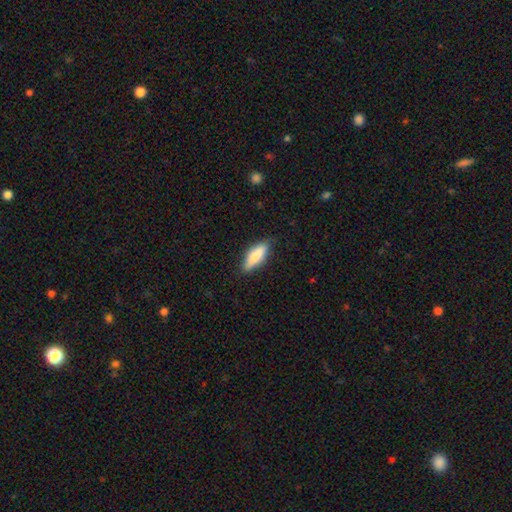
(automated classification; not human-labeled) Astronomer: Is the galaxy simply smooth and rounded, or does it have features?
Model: smooth — 79%.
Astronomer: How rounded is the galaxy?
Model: in between — 50% (runner-up: cigar-shaped, 48%).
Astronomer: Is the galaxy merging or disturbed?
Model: none — 82%.